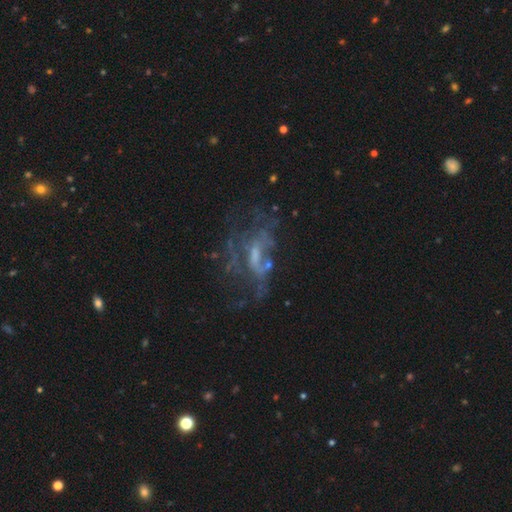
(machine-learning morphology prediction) Smooth or featured?
  - featured or disk: 67% *
  - star or artifact: 17%
  - smooth: 15%
Edge-on disk?
  - no: 94% *
  - yes: 6%
Bar?
  - no: 55% *
  - weak: 35%
  - strong: 11%
Spiral arms?
  - no: 62% *
  - yes: 38%
Bulge size?
  - small: 38% *
  - none: 30%
  - moderate: 27%
  - large: 3%
  - dominant: 1%
Merging?
  - none: 39% *
  - major disturbance: 37%
  - minor disturbance: 16%
  - merger: 8%